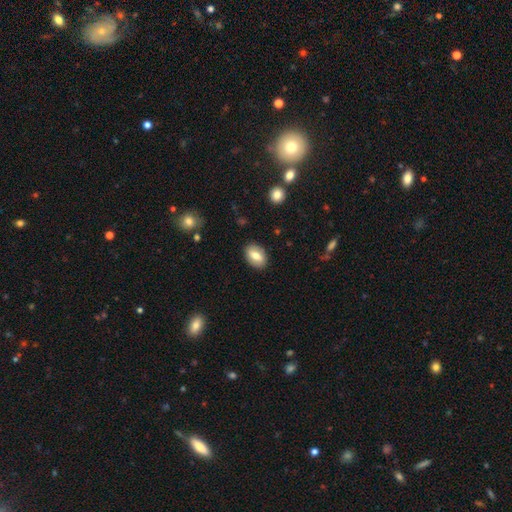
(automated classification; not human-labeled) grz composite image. It shows a smooth galaxy with no disk features (73%) that is in between round and cigar-shaped (85%). Merging: none (87%).